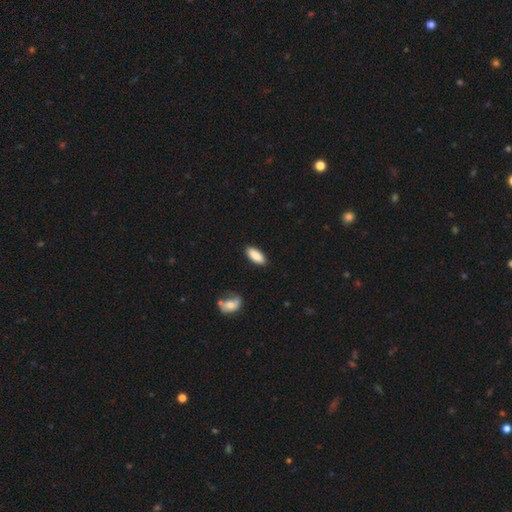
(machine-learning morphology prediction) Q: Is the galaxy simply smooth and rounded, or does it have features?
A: smooth — 88%.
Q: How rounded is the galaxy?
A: in between — 79%.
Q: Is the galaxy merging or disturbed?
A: none — 87%.